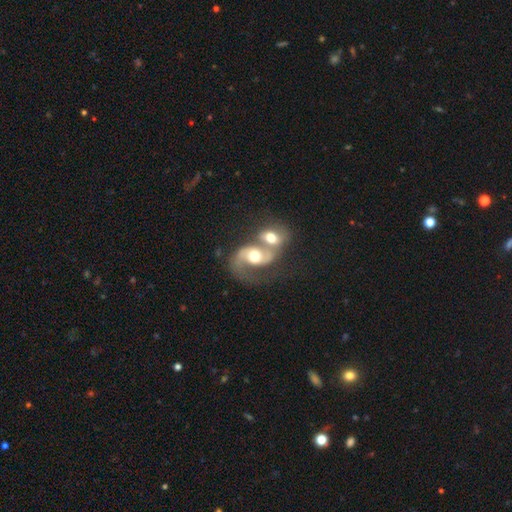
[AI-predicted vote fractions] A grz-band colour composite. It shows a featured or disk galaxy (71%) with no bar (62%), 2 (57%) loose (43%) spiral arms (84%) and a moderate central bulge (64%). Merging: merger (77%).